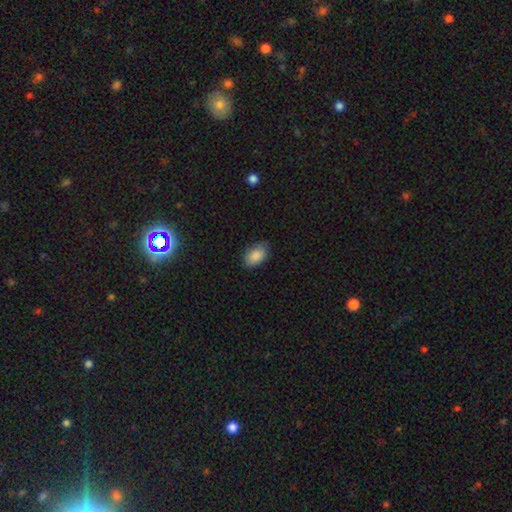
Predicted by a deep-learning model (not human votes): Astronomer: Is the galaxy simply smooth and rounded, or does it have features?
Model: smooth — 89%.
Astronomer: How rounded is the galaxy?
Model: in between — 92%.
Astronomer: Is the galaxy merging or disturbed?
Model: none — 82%.